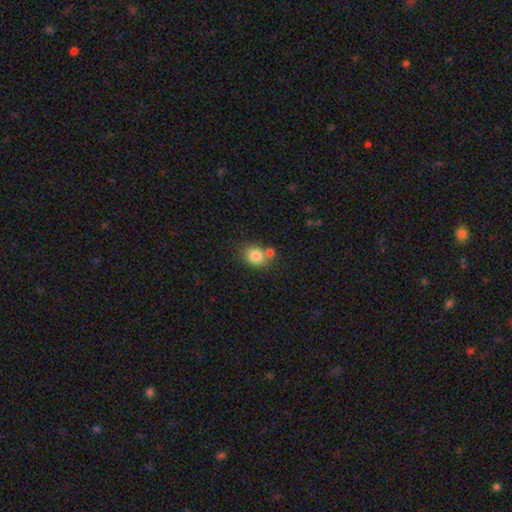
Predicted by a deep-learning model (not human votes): Smooth or featured? smooth (82%)
How rounded? round (58%)
Merging? none (57%)